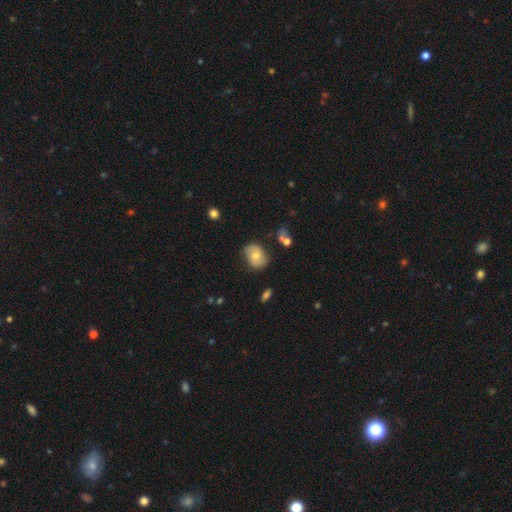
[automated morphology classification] Smooth or featured?
  - smooth: 52% *
  - featured or disk: 39%
  - star or artifact: 9%
How rounded?
  - in between: 65% *
  - round: 34%
  - cigar-shaped: 1%
Merging?
  - none: 68% *
  - minor disturbance: 22%
  - major disturbance: 6%
  - merger: 3%